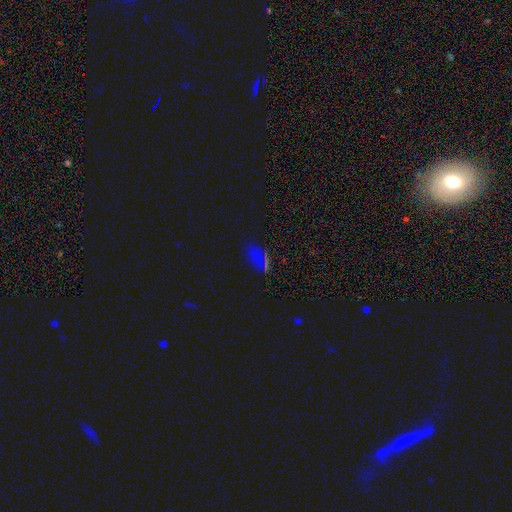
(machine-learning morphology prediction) Smooth or featured? Predicted: star or artifact (p=0.47).